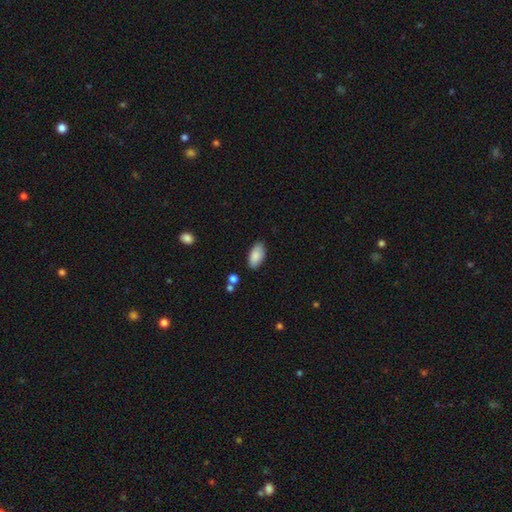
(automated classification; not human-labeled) Smooth or featured?
  - smooth: 87% *
  - star or artifact: 6%
  - featured or disk: 6%
How rounded?
  - in between: 94% *
  - cigar-shaped: 4%
  - round: 2%
Merging?
  - none: 84% *
  - minor disturbance: 12%
  - major disturbance: 2%
  - merger: 2%